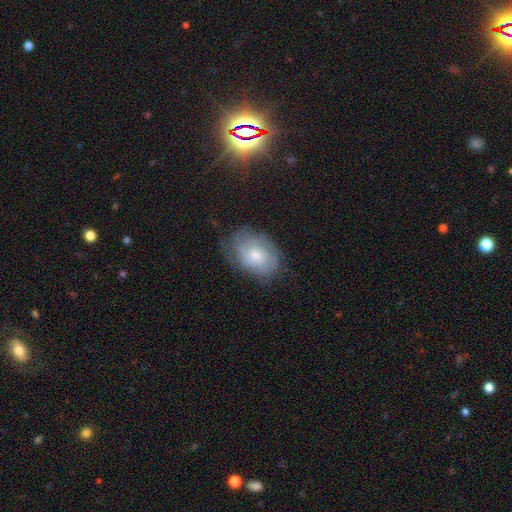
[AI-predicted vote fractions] smooth-or-featured: featured or disk: 52% | smooth: 40% | star or artifact: 8%
  disk-edge-on: no: 96% | yes: 4%
    bar: no: 75% | weak: 22% | strong: 3%
    has-spiral-arms: yes: 75% | no: 25%
    bulge-size: moderate: 51% | small: 37% | large: 7% | none: 4% | dominant: 1%
  merging: none: 60% | minor disturbance: 26% | major disturbance: 13% | merger: 1%